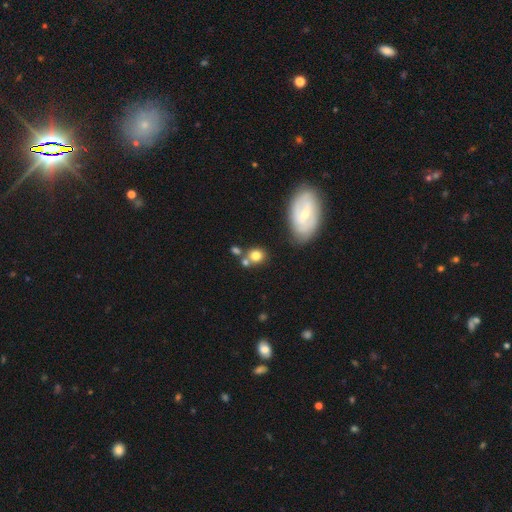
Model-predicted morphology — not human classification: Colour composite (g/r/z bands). It shows a smooth galaxy with no disk features (75%) that is round (73%). Merging: none (57%).